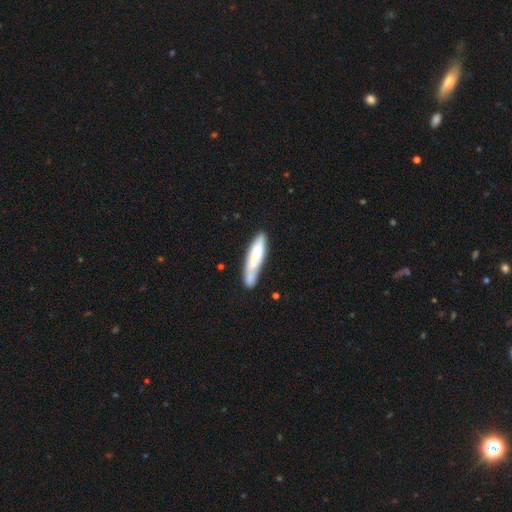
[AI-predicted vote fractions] Smooth or featured: smooth — 69% (featured or disk — 25%)
How rounded: cigar-shaped — 81% (in between — 18%)
Merging: none — 59% (minor disturbance — 23%)